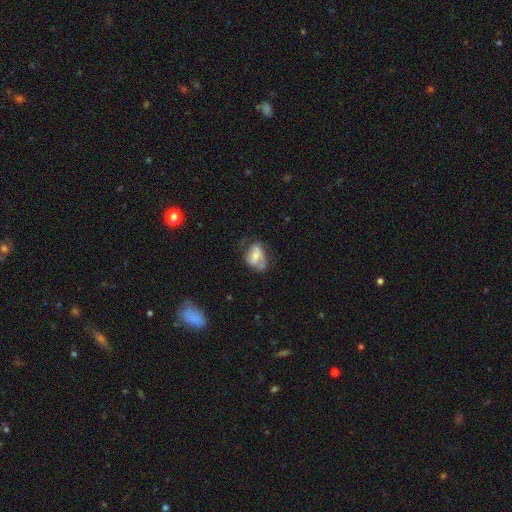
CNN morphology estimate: This is possibly a smooth galaxy (50%). How rounded: clearly in between (82%). Merging: marginally none (40%).